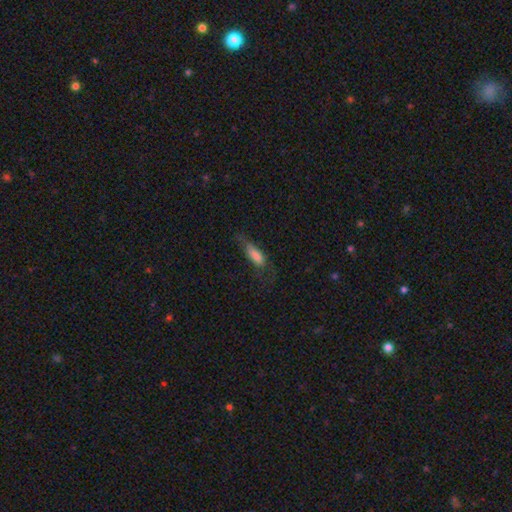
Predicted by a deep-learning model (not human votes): This appears to be a smooth galaxy with no disk features (69%) that is in between round and cigar-shaped (57%). Merging: none (44%).